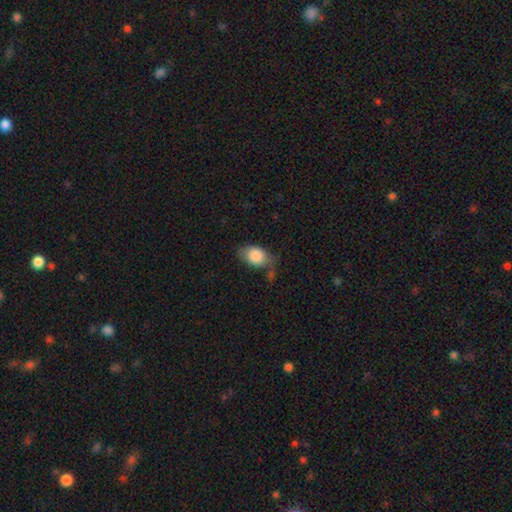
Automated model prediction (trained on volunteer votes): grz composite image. It shows a smooth galaxy with no disk features (86%) that is in between round and cigar-shaped (79%). Merging: none (51%).